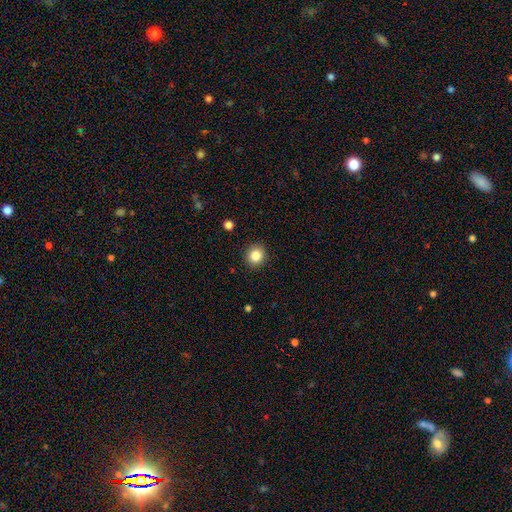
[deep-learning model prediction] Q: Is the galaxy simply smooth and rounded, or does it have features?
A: smooth — 84%.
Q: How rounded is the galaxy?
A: round — 87%.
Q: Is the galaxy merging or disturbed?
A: none — 91%.